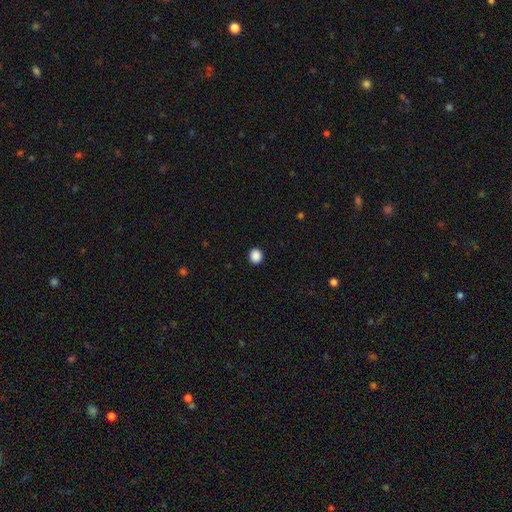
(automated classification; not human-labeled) This is clearly a smooth galaxy (89%). How rounded: clearly round (83%). Merging: clearly none (93%).